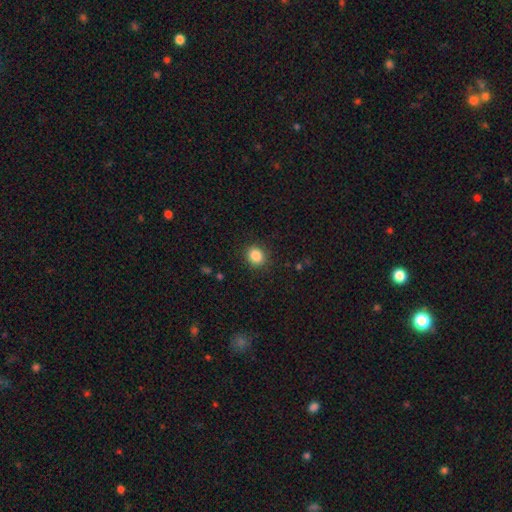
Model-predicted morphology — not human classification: The model was most divided on "how rounded": round: 66%, in between: 33%, cigar-shaped: 1%. More confident: merging — none (88%); smooth or featured — smooth (87%).